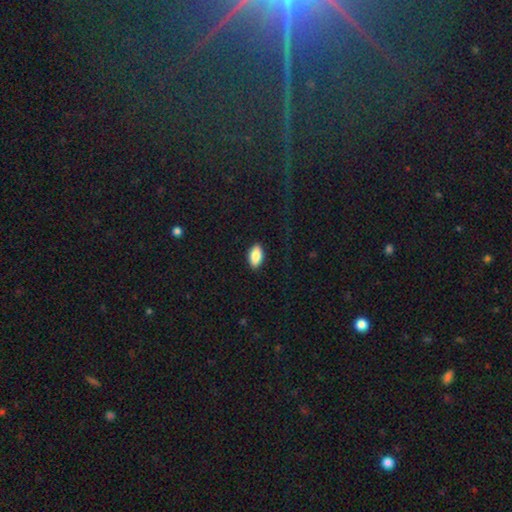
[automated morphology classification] smooth_or_featured: smooth (p=0.84) [alt: featured or disk p=0.09]
how_rounded: in between (p=0.92) [alt: cigar-shaped p=0.05]
merging: none (p=0.89) [alt: minor disturbance p=0.08]